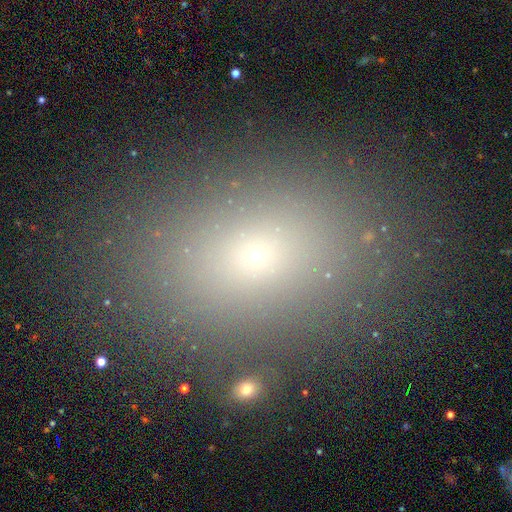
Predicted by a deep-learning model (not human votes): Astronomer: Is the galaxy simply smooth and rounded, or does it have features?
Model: smooth — 65%.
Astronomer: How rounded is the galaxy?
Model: in between — 77%.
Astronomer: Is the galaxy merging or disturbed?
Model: none — 84%.